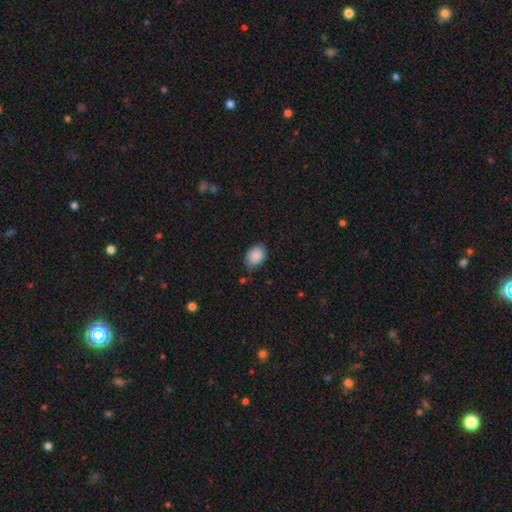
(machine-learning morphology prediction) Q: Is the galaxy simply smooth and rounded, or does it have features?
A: smooth — 88%.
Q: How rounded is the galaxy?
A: in between — 73%.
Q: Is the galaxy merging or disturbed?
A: none — 70%.